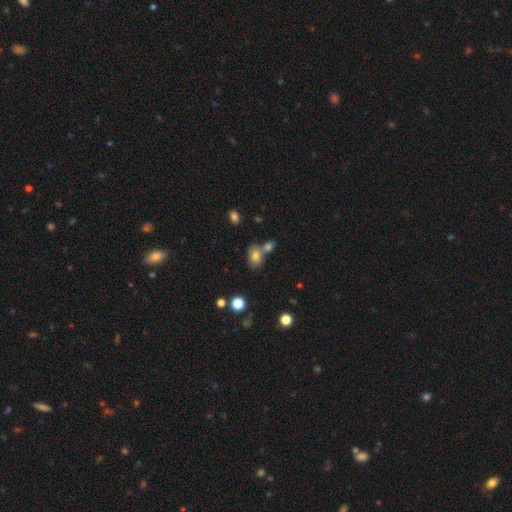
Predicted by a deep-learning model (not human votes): This is likely a smooth galaxy (76%). How rounded: likely in between (75%). Merging: possibly none (51%).